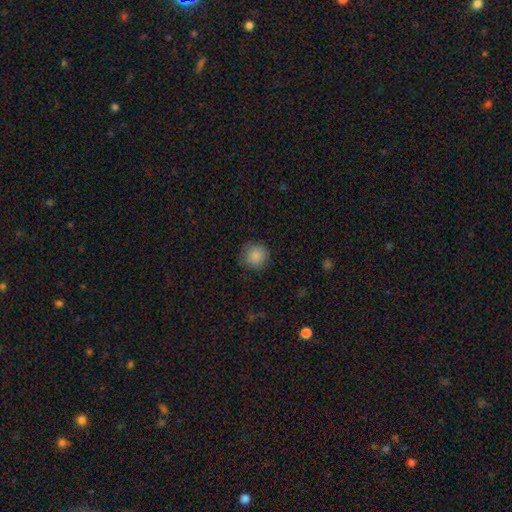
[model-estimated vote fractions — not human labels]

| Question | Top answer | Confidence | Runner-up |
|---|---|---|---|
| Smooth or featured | smooth | 87% | star or artifact (9%) |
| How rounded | round | 93% | in between (6%) |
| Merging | none | 85% | minor disturbance (11%) |